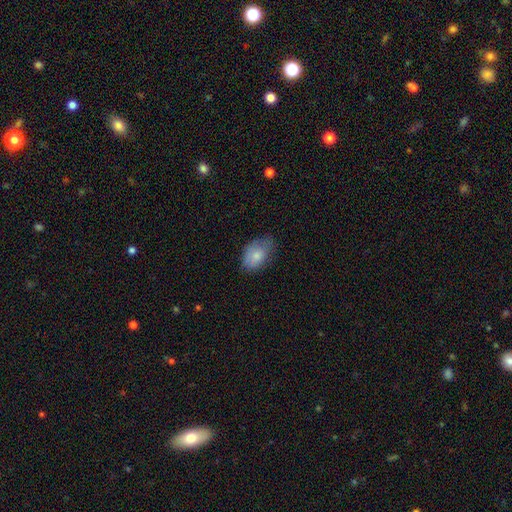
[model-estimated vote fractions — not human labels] This appears to be a smooth galaxy with no disk features (77%) that is in between round and cigar-shaped (89%). Merging: none (55%).